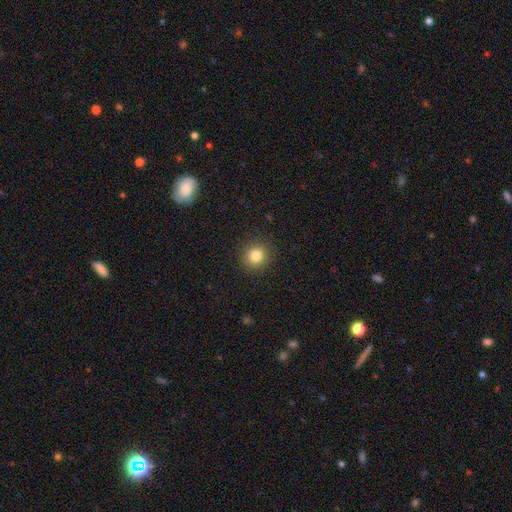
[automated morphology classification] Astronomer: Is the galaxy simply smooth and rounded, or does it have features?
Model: smooth — 81%.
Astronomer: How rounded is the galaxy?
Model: round — 92%.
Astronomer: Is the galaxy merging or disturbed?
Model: none — 91%.